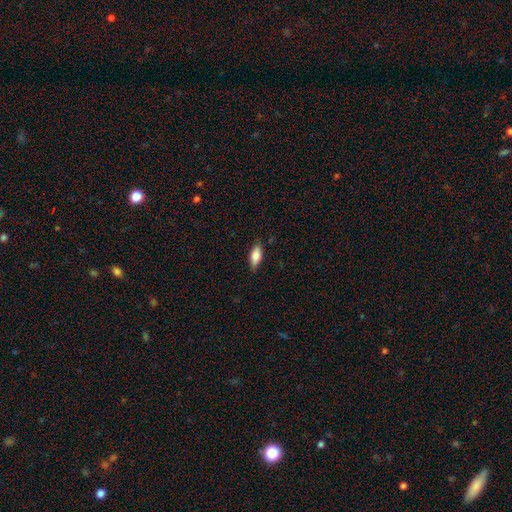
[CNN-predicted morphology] Smooth or featured: smooth — 77% (featured or disk — 16%)
How rounded: in between — 77% (cigar-shaped — 20%)
Merging: none — 82% (minor disturbance — 14%)